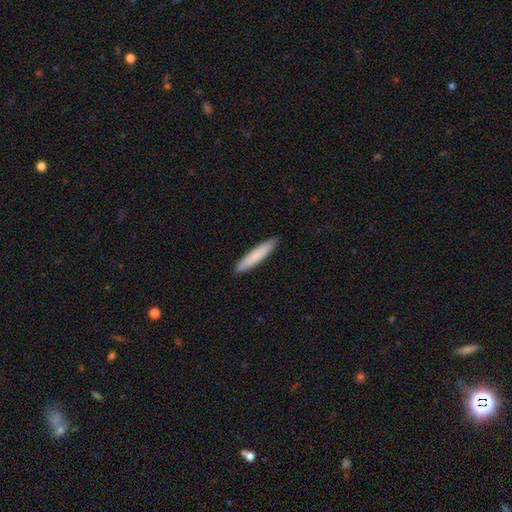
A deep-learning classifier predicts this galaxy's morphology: Smooth or featured? smooth (82%)
How rounded? cigar-shaped (90%)
Merging? none (91%)